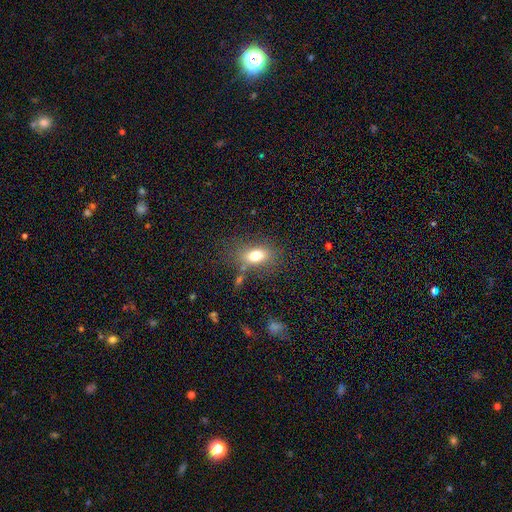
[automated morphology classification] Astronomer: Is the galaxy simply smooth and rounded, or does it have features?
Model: smooth — 76%.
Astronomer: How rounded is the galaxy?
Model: in between — 82%.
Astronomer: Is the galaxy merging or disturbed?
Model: none — 71%.